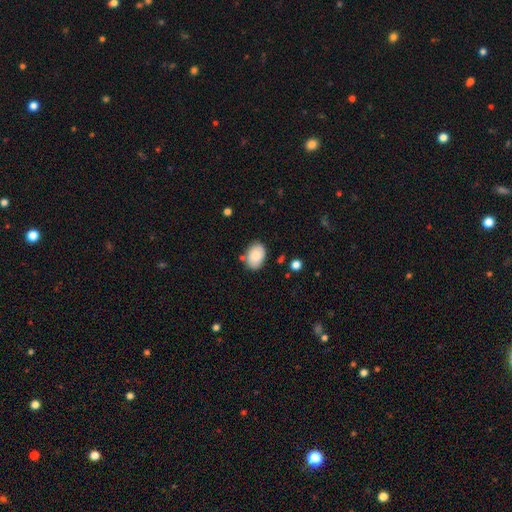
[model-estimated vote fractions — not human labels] Q: Smooth or featured?
A: smooth (84%); runner-up: featured or disk (9%)
Q: How rounded?
A: in between (84%); runner-up: round (15%)
Q: Merging?
A: none (78%); runner-up: minor disturbance (14%)